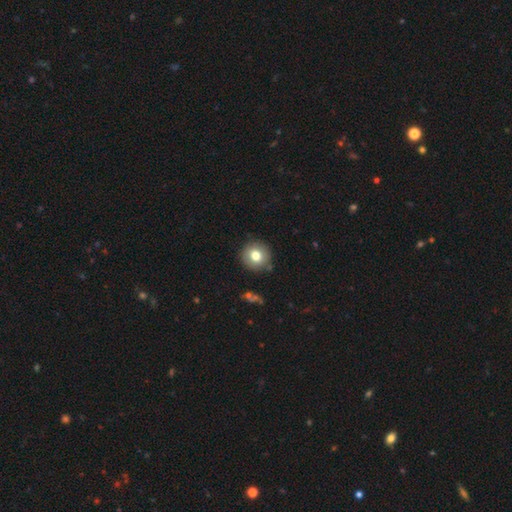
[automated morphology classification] Smooth or featured? Predicted: smooth (p=0.77). How rounded? Predicted: round (p=0.93). Merging? Predicted: none (p=0.88).